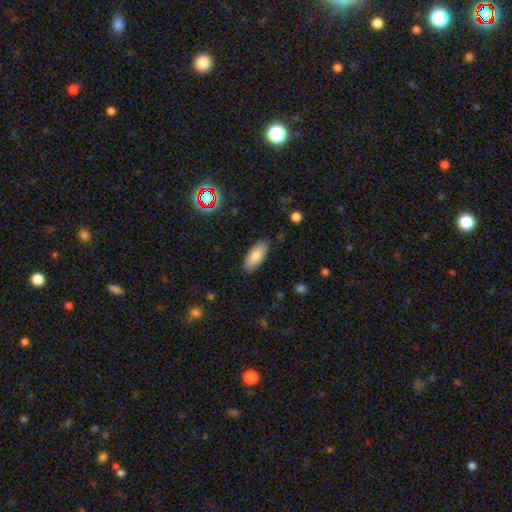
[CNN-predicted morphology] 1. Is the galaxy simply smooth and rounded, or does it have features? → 82% smooth, 11% featured or disk, 7% star or artifact.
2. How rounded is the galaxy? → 83% in between, 15% cigar-shaped, 2% round.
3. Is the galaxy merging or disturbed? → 86% none, 10% minor disturbance, 2% major disturbance, 1% merger.